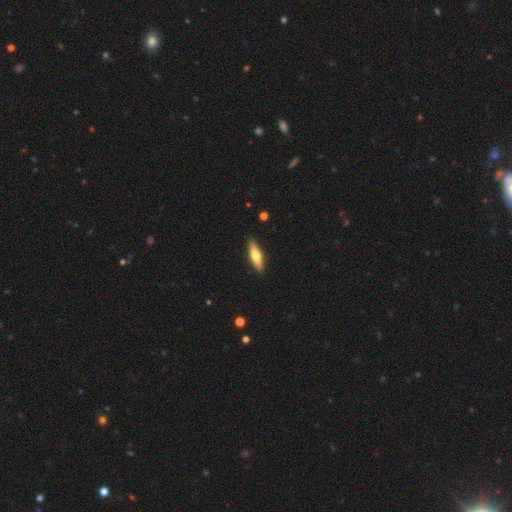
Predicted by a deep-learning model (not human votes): Smooth or featured?
  - smooth: 60% *
  - featured or disk: 35%
  - star or artifact: 6%
How rounded?
  - cigar-shaped: 66% *
  - in between: 33%
  - round: 2%
Merging?
  - none: 90% *
  - minor disturbance: 8%
  - major disturbance: 2%
  - merger: 1%